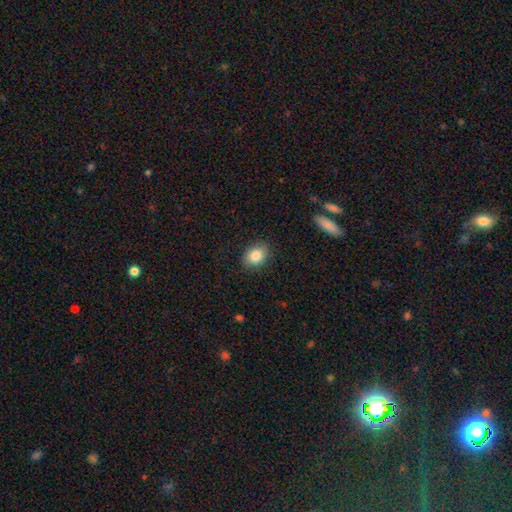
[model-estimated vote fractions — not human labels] The model was most divided on "how rounded": in between: 60%, round: 39%, cigar-shaped: 1%. More confident: merging — none (86%); smooth or featured — smooth (85%).